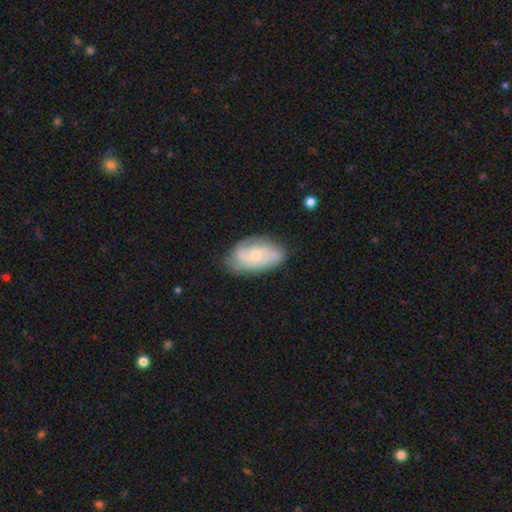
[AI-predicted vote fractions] Smooth or featured?
  - featured or disk: 63% *
  - smooth: 31%
  - star or artifact: 6%
Edge-on disk?
  - no: 95% *
  - yes: 5%
Bar?
  - no: 69% *
  - weak: 27%
  - strong: 4%
Spiral arms?
  - yes: 87% *
  - no: 13%
Spiral winding?
  - medium: 42% *
  - tight: 40%
  - loose: 18%
Spiral arm count?
  - 2: 39% *
  - can't tell: 29%
  - 3: 20%
  - 4: 5%
  - 1: 4%
  - more than 4: 3%
Bulge size?
  - small: 52% *
  - moderate: 41%
  - none: 3%
  - large: 2%
  - dominant: 1%
Merging?
  - none: 70% *
  - minor disturbance: 22%
  - major disturbance: 6%
  - merger: 2%